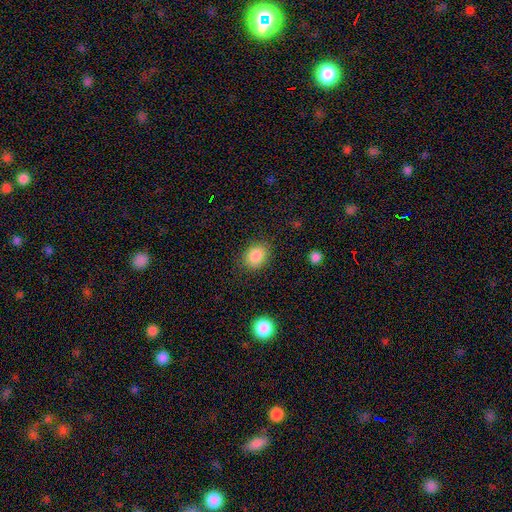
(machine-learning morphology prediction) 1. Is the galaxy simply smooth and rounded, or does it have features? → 86% smooth, 9% star or artifact, 5% featured or disk.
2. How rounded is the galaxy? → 52% in between, 47% round, 1% cigar-shaped.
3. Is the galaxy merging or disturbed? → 83% none, 12% minor disturbance, 4% major disturbance, 1% merger.